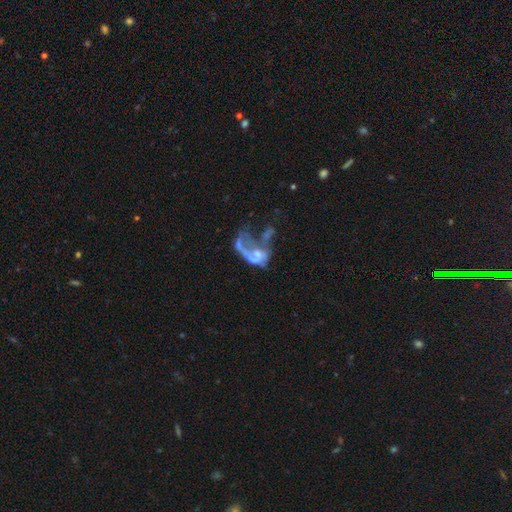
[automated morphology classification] Q: Smooth or featured?
A: featured or disk (66%); runner-up: smooth (21%)
Q: Edge-on disk?
A: no (97%); runner-up: yes (3%)
Q: Bar?
A: no (80%); runner-up: weak (16%)
Q: Spiral arms?
A: no (68%); runner-up: yes (32%)
Q: Bulge size?
A: none (39%); runner-up: small (28%)
Q: Merging?
A: major disturbance (42%); runner-up: merger (36%)